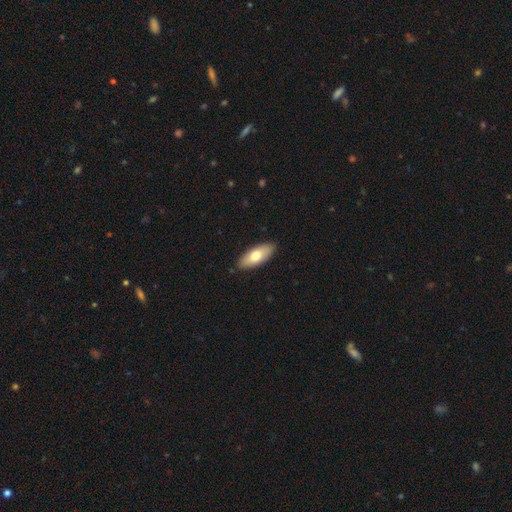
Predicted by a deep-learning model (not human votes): smooth_or_featured: smooth (p=0.71) [alt: featured or disk p=0.23]
how_rounded: in between (p=0.81) [alt: cigar-shaped p=0.17]
merging: none (p=0.88) [alt: minor disturbance p=0.09]